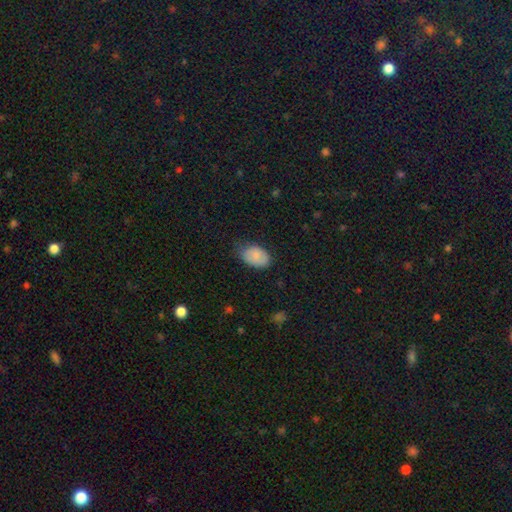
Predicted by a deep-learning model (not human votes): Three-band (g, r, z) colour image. It shows a smooth galaxy with no disk features (82%) that is in between round and cigar-shaped (87%). Merging: none (62%).